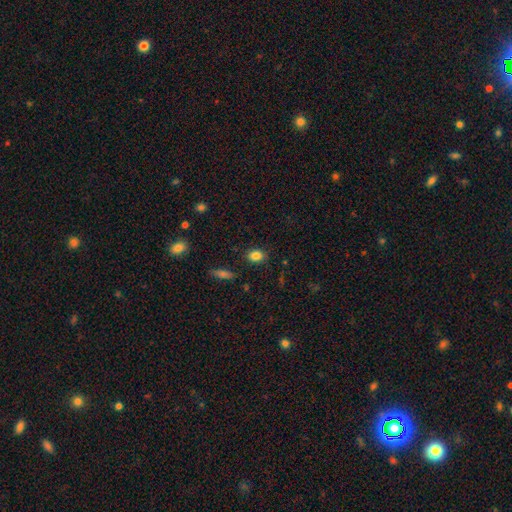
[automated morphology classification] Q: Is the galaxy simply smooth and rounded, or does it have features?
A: smooth — 84%.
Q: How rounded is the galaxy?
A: in between — 65%.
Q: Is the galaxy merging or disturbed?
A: none — 84%.